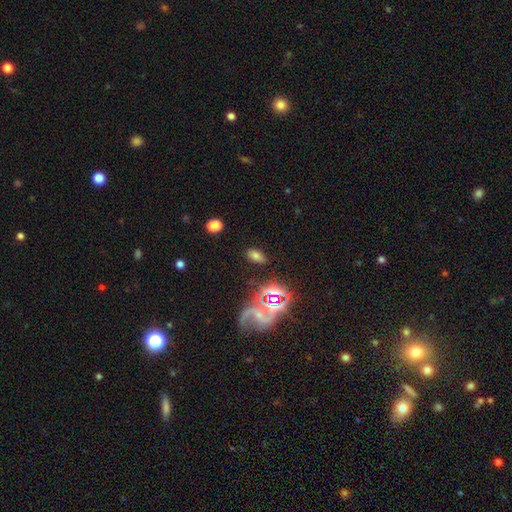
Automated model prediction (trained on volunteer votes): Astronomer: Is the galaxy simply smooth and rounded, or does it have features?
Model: smooth — 61%.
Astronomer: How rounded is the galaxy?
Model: in between — 88%.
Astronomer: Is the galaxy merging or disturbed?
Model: none — 81%.